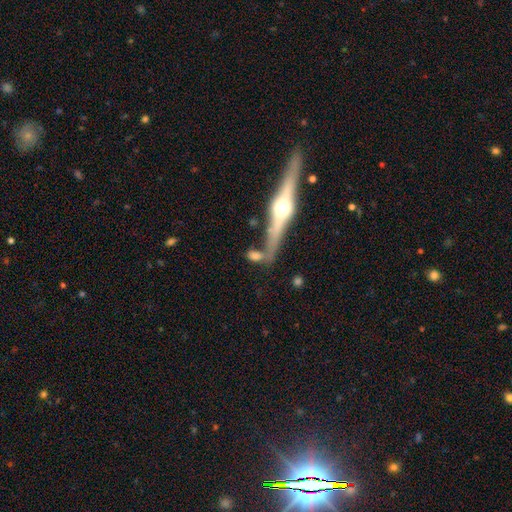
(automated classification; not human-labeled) smooth-or-featured: smooth: 60% | featured or disk: 29% | star or artifact: 10%
  how-rounded: in between: 58% | cigar-shaped: 27% | round: 15%
  merging: none: 49% | merger: 28% | minor disturbance: 14% | major disturbance: 9%